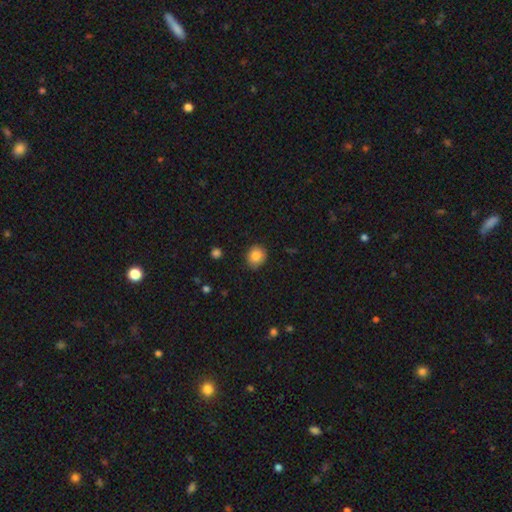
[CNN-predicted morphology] This is clearly a smooth galaxy (85%). How rounded: likely round (76%). Merging: clearly none (86%).